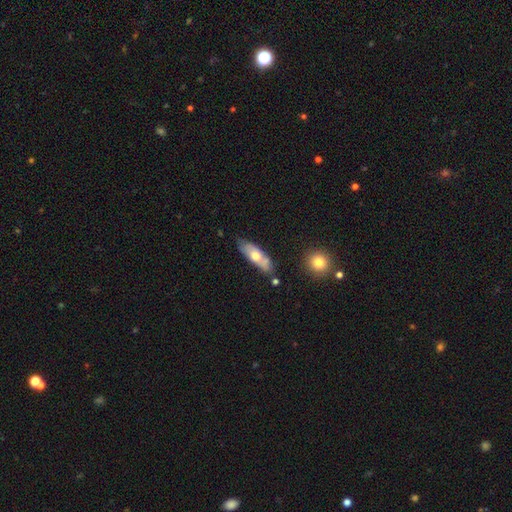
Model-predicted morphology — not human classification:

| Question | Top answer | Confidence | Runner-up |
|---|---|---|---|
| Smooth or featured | smooth | 52% | featured or disk (42%) |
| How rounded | in between | 61% | cigar-shaped (36%) |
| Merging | none | 68% | minor disturbance (21%) |